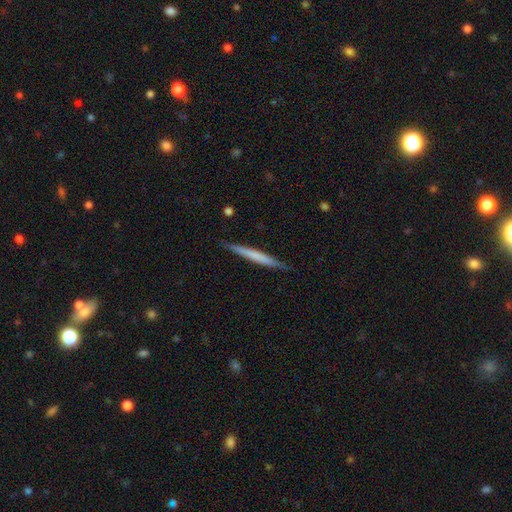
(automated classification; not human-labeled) This is possibly a smooth galaxy (53%). How rounded: clearly cigar-shaped (97%). Merging: clearly none (89%).